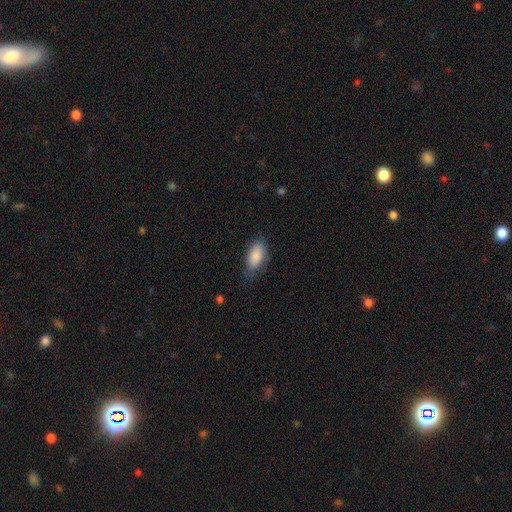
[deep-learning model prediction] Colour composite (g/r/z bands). It shows a smooth galaxy with no disk features (88%) that is in between round and cigar-shaped (92%). Merging: none (73%).